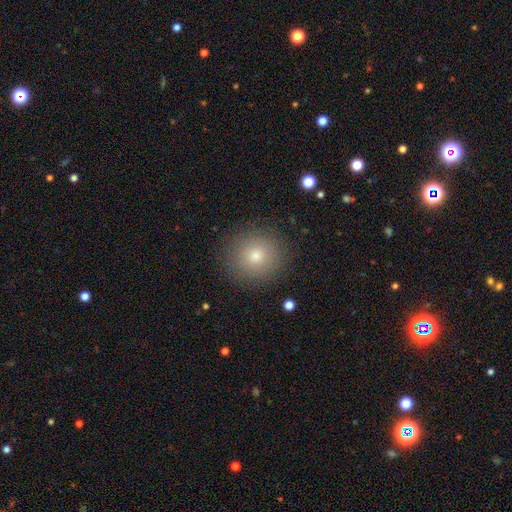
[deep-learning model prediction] A smooth galaxy with no disk features (76%) that is round (93%). Merging: none (89%).